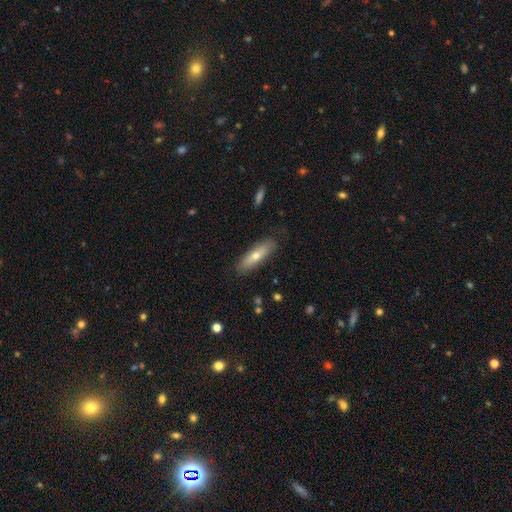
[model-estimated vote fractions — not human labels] This appears to be a smooth galaxy with no disk features (59%) that is cigar-shaped (62%). Merging: none (85%).